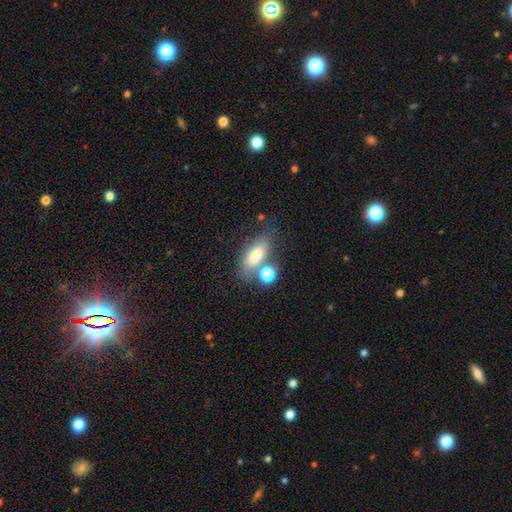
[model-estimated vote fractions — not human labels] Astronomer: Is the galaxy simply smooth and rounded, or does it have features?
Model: smooth — 74%.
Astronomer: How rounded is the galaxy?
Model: in between — 77%.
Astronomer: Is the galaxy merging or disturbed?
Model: none — 51% (runner-up: merger, 27%).